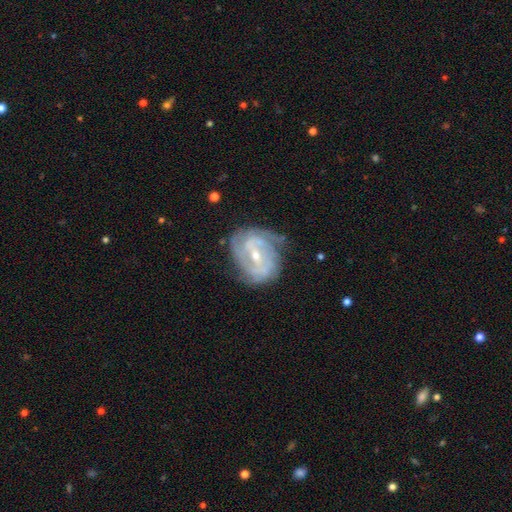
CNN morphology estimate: The model was most divided on "bar": weak: 45%, strong: 36%, no: 18%. Remaining: edge-on disk — no (97%); spiral arms — yes (92%); smooth or featured — featured or disk (85%); merging — none (66%); bulge size — small (55%); spiral winding — tight (54%); spiral arm count — 2 (43%).